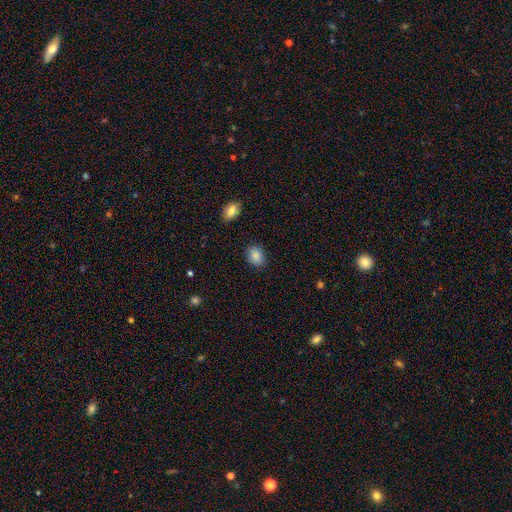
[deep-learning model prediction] A smooth galaxy with no disk features (86%) that is in between round and cigar-shaped (60%). Merging: none (85%).